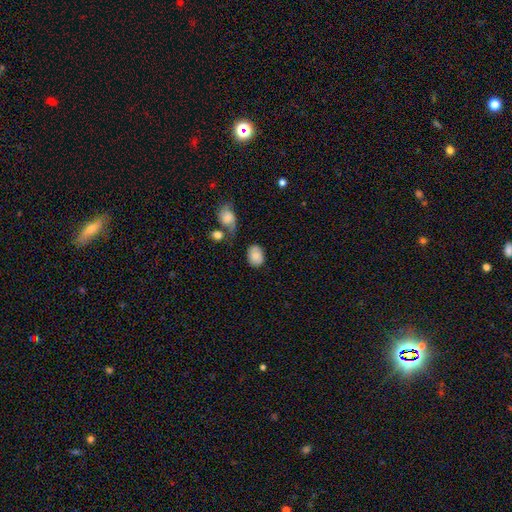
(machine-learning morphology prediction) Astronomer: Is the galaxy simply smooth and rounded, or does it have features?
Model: smooth — 82%.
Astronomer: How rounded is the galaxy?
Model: in between — 68%.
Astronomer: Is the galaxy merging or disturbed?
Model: none — 65%.